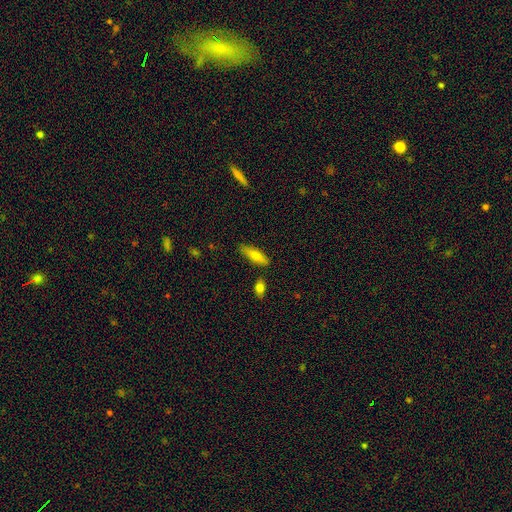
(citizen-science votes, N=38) smooth_or_featured: smooth (p=0.61) [alt: featured or disk p=0.34]
how_rounded: cigar-shaped (p=0.61) [alt: in between p=0.39]
merging: none (p=0.78) [alt: minor disturbance p=0.19]